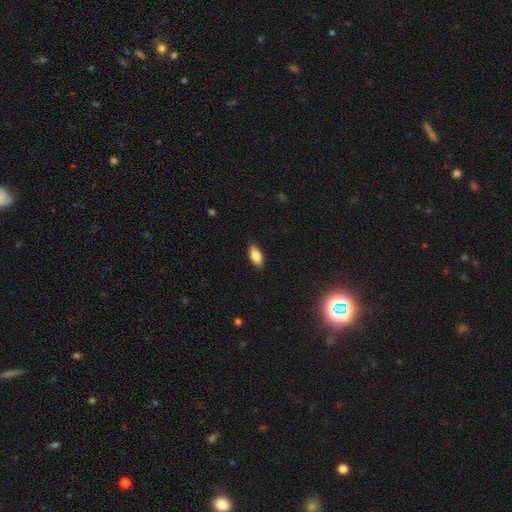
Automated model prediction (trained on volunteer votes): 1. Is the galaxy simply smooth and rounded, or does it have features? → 78% smooth, 15% featured or disk, 7% star or artifact.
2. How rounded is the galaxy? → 85% in between, 13% cigar-shaped, 3% round.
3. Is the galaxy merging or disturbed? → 87% none, 10% minor disturbance, 2% major disturbance, 1% merger.